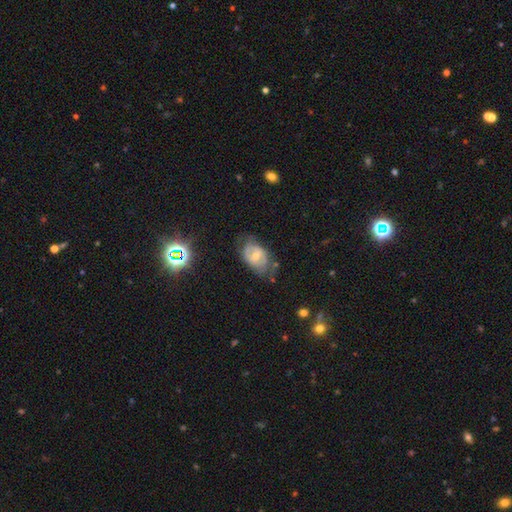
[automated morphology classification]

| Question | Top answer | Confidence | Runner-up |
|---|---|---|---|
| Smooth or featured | featured or disk | 62% | smooth (30%) |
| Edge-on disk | no | 95% | yes (5%) |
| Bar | weak | 43% | no (42%) |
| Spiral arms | yes | 68% | no (32%) |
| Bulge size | moderate | 55% | small (40%) |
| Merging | none | 53% | minor disturbance (30%) |